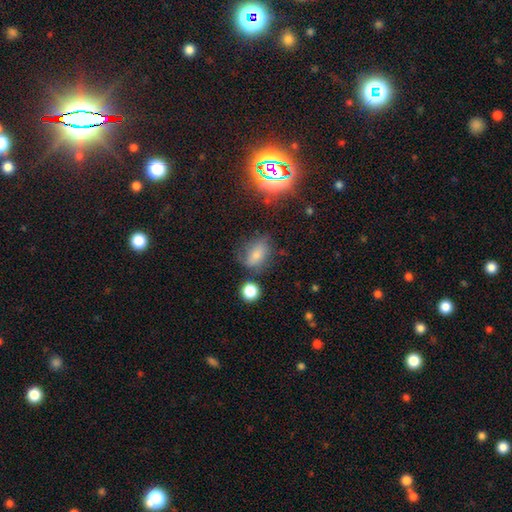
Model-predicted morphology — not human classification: This appears to be a smooth galaxy with no disk features (63%) that is in between round and cigar-shaped (72%). Merging: none (57%).